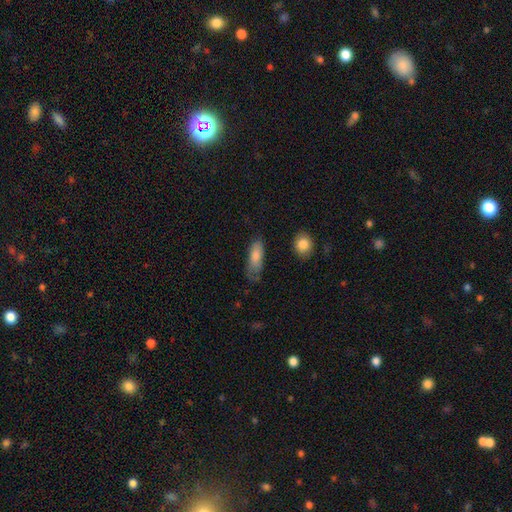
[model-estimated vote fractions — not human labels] Morphology: type=smooth (80%); roundness=in between (71%); merging=none (51%).